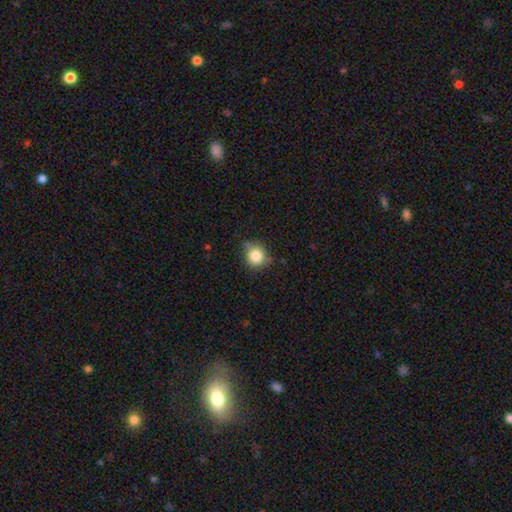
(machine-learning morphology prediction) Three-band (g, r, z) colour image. It shows a smooth galaxy with no disk features (84%) that is round (88%). Merging: none (73%).